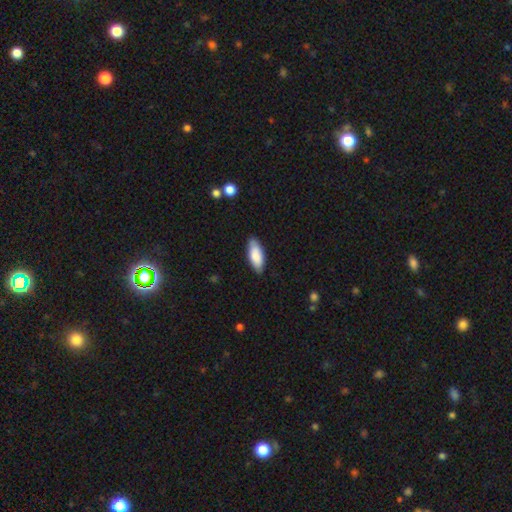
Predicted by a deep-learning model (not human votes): A smooth galaxy with no disk features (85%) that is in between round and cigar-shaped (80%). Merging: none (84%).